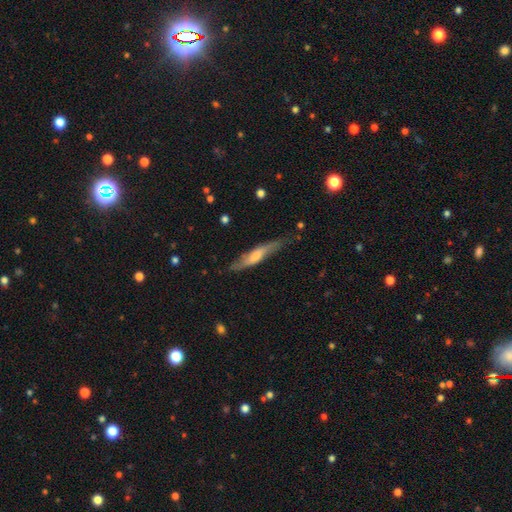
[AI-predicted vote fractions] A featured or disk galaxy (49%).

Vote fractions:
- Smooth or featured? featured or disk: 49% / smooth: 46% / star or artifact: 6%
- Merging? none: 70% / minor disturbance: 23% / major disturbance: 5% / merger: 2%